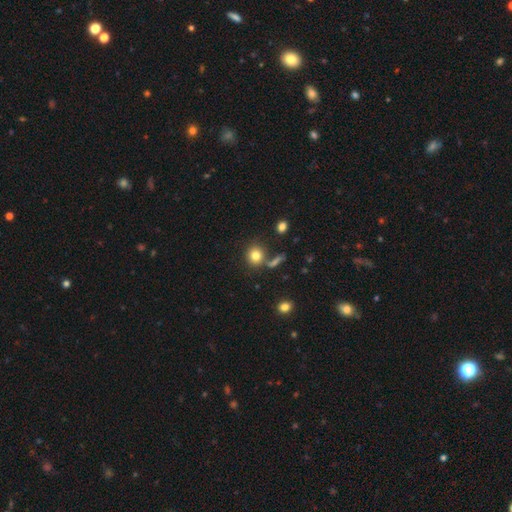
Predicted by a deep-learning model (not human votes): A smooth galaxy with no disk features (80%) that is round (84%). Merging: none (69%).